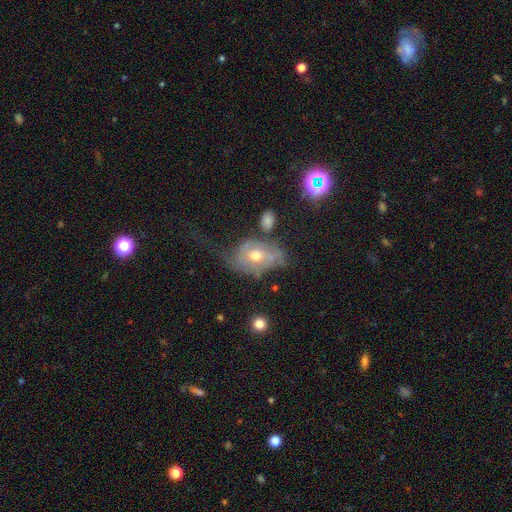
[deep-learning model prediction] This is likely a featured or disk galaxy (61%). It is clearly not viewed edge-on (93%). Bar: likely no (75%). Spiral arm pattern: likely yes (63%). Central bulge: likely moderate (70%). Merging: marginally major disturbance (39%).